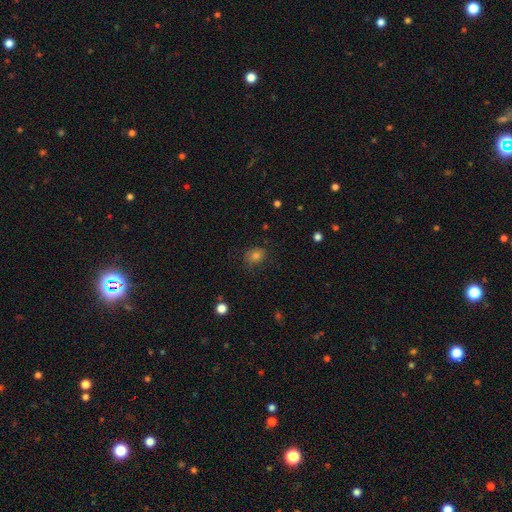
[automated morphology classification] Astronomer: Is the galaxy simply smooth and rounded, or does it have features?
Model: smooth — 74%.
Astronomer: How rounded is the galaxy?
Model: round — 55% (runner-up: in between, 44%).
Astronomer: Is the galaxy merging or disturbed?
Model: none — 77%.